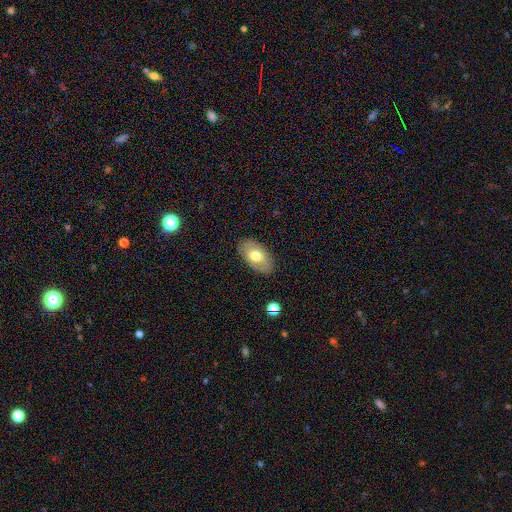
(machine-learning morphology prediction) smooth_or_featured: smooth (p=0.64) [alt: featured or disk p=0.30]
how_rounded: in between (p=0.93) [alt: round p=0.06]
merging: none (p=0.85) [alt: minor disturbance p=0.11]